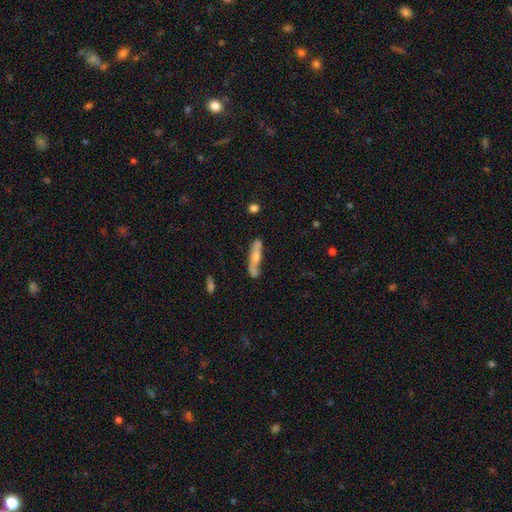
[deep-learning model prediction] Smooth or featured? Predicted: smooth (p=0.52). How rounded? Predicted: cigar-shaped (p=0.77). Merging? Predicted: none (p=0.59).